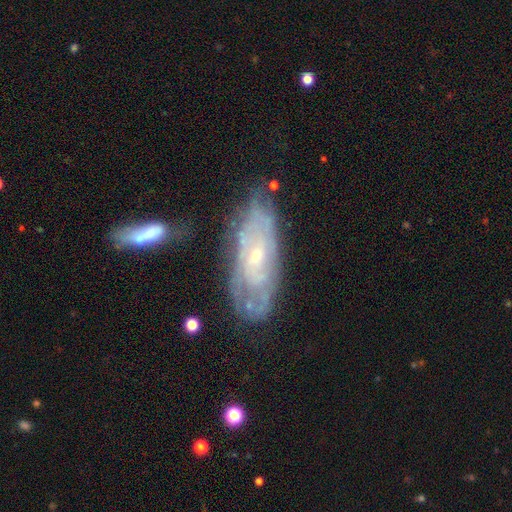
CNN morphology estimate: type=featured or disk (74%); edge-on=no (87%); bar=no (65%); spiral arms=yes (75%); bulge=small (65%); merging=none (65%).